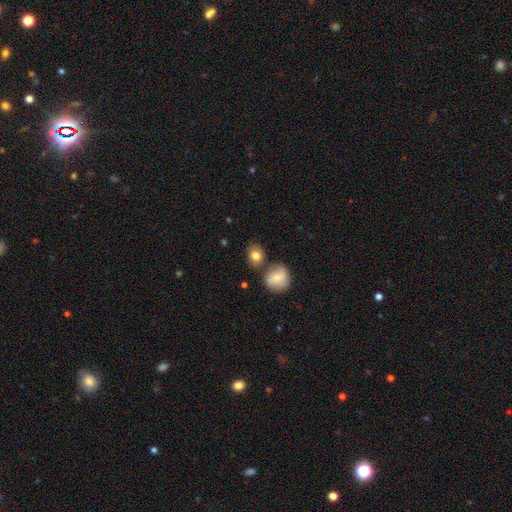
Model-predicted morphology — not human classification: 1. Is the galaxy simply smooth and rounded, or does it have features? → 80% smooth, 12% featured or disk, 8% star or artifact.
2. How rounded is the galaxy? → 63% round, 36% in between, 1% cigar-shaped.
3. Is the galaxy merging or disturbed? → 66% none, 18% merger, 13% minor disturbance, 4% major disturbance.